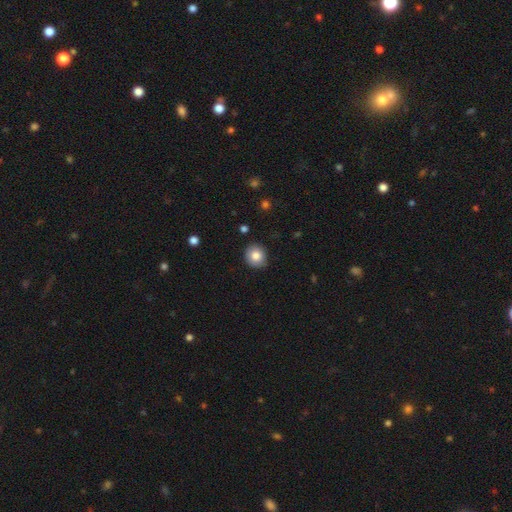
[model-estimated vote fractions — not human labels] Smooth or featured: smooth — 83% (star or artifact — 9%)
How rounded: round — 84% (in between — 15%)
Merging: none — 88% (minor disturbance — 9%)